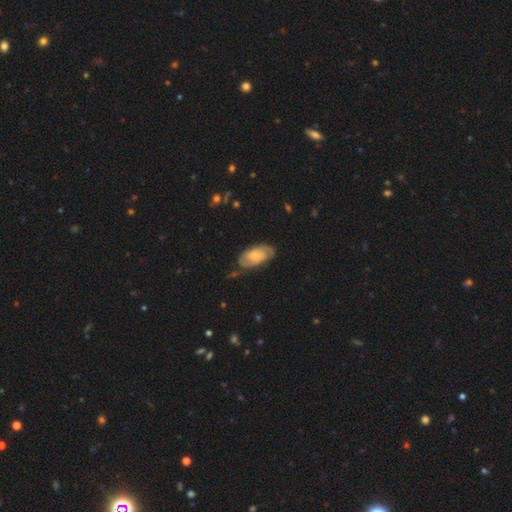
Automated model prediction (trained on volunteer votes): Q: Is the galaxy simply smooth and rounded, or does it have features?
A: featured or disk — 65%.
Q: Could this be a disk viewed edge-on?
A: no — 95%.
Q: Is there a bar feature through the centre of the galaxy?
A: no — 65%.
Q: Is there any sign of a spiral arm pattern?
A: yes — 90%.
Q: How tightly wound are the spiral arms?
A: tight — 54%.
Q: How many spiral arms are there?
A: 2 — 68%.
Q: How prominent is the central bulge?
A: small — 57%.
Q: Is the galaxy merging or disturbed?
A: none — 68%.